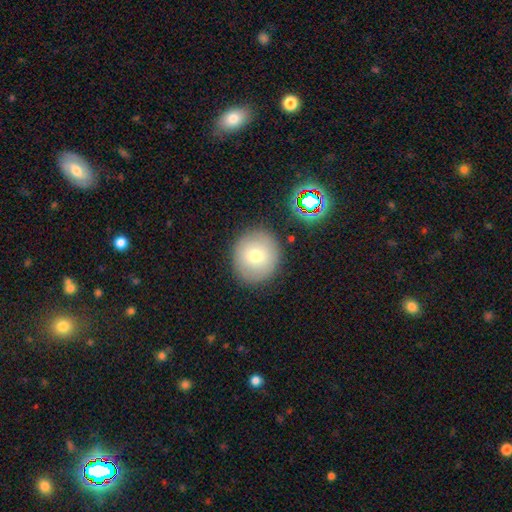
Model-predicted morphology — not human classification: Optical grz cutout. It shows a smooth galaxy with no disk features (73%) that is round (87%). Merging: none (86%).